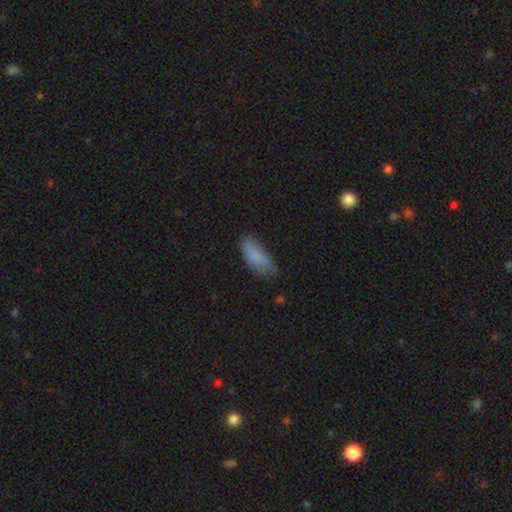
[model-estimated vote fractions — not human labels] Morphology: type=smooth (83%); roundness=in between (81%); merging=none (60%).